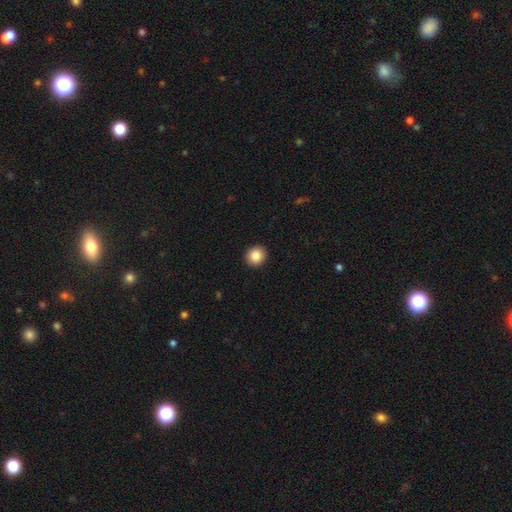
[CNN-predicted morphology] smooth 86%, star or artifact 9%, featured or disk 6%. Down the decision tree: how rounded — round (89%); merging — none (93%).